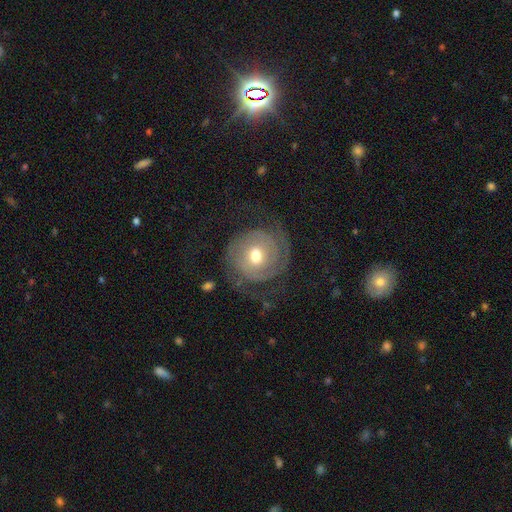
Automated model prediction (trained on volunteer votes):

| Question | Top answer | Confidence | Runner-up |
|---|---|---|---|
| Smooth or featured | featured or disk | 72% | smooth (22%) |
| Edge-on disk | no | 97% | yes (3%) |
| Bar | no | 65% | weak (28%) |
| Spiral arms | yes | 85% | no (15%) |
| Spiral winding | tight | 58% | medium (27%) |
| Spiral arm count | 2 | 53% | can't tell (22%) |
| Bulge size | moderate | 71% | small (19%) |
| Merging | none | 64% | major disturbance (18%) |